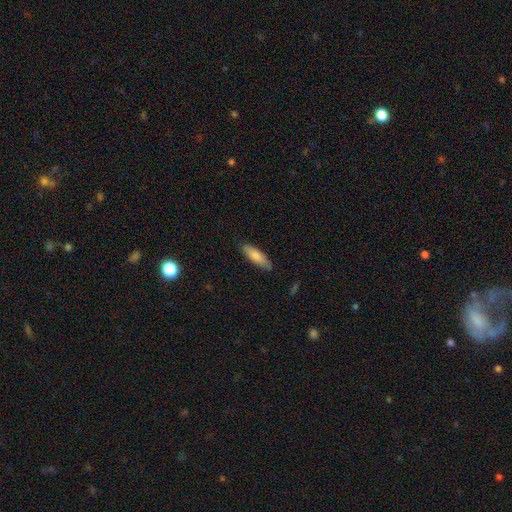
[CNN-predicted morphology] smooth-or-featured: smooth: 81% | featured or disk: 14% | star or artifact: 5%
  how-rounded: cigar-shaped: 51% | in between: 48% | round: 1%
  merging: none: 85% | minor disturbance: 12% | major disturbance: 2% | merger: 1%